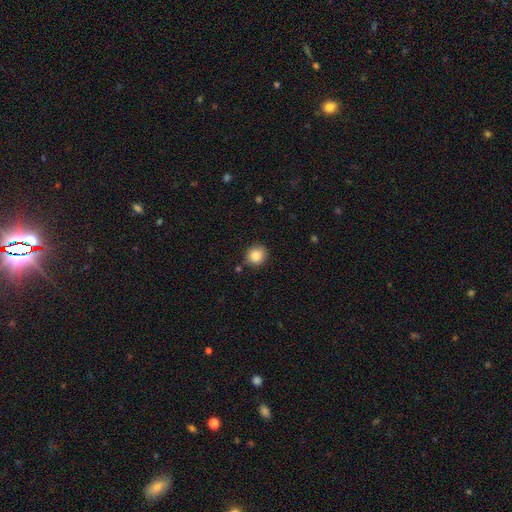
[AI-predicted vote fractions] This is clearly a smooth galaxy (87%). How rounded: clearly round (86%). Merging: clearly none (84%).